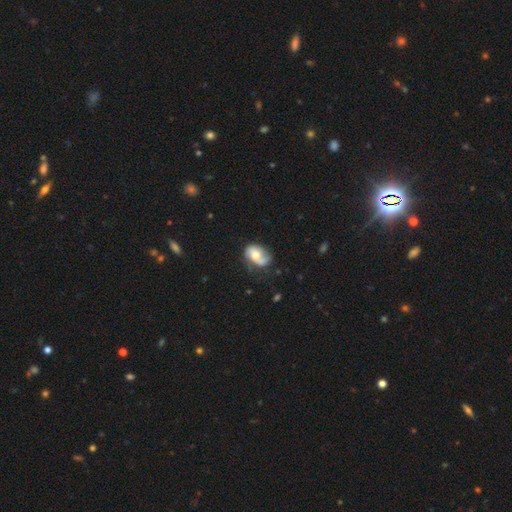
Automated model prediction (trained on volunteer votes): Smooth or featured? Predicted: featured or disk (p=0.55). Edge-on disk? Predicted: no (p=0.97). Bar? Predicted: no (p=0.65). Spiral arms? Predicted: yes (p=0.81). Bulge size? Predicted: moderate (p=0.58). Merging? Predicted: none (p=0.50).